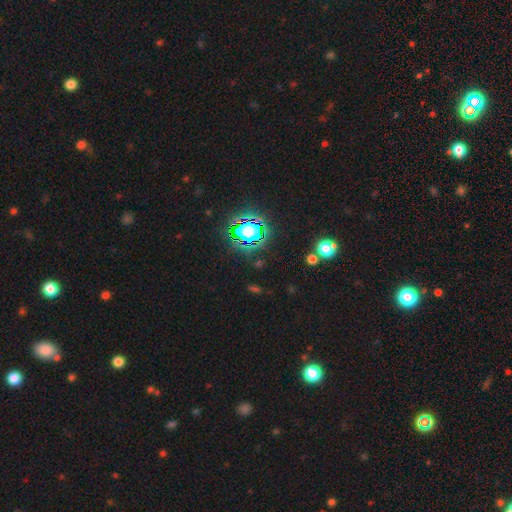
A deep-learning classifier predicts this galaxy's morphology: Smooth or featured? star or artifact (79%)